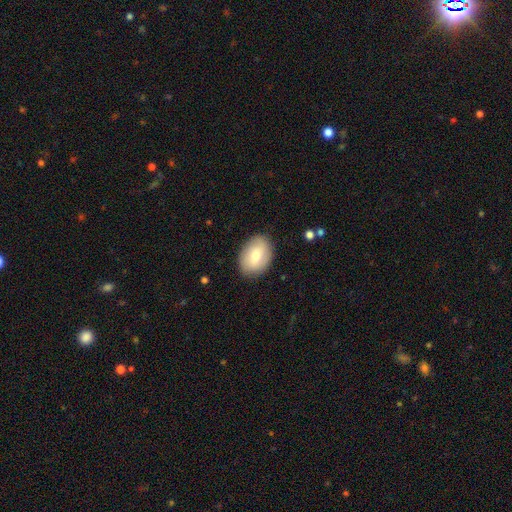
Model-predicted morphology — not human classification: Q: Smooth or featured?
A: smooth (70%); runner-up: featured or disk (23%)
Q: How rounded?
A: in between (79%); runner-up: round (20%)
Q: Merging?
A: none (86%); runner-up: minor disturbance (10%)